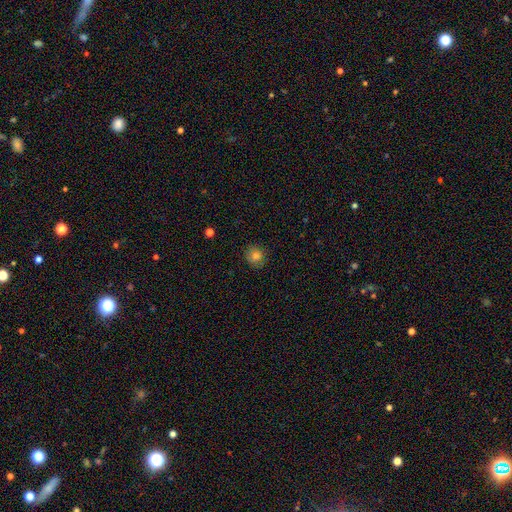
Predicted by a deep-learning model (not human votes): Smooth or featured? Predicted: smooth (p=0.80). How rounded? Predicted: round (p=0.89). Merging? Predicted: none (p=0.86).